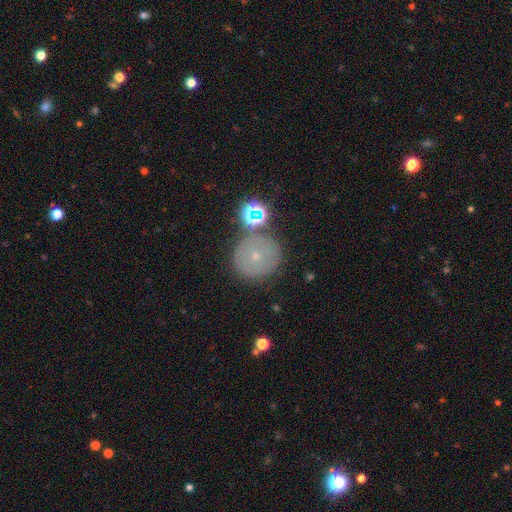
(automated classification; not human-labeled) This appears to be a smooth galaxy with no disk features (44%). Merging: none (77%).